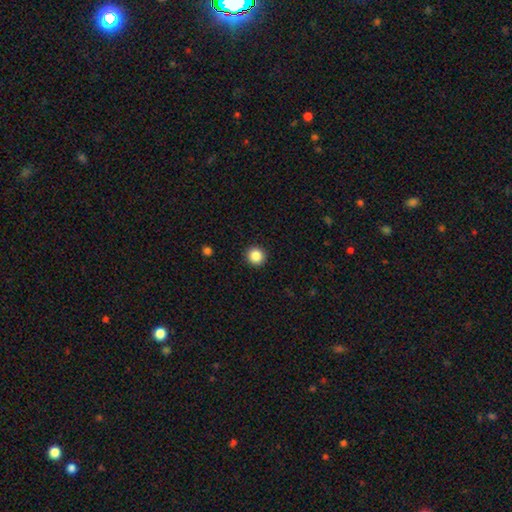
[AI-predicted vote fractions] smooth-or-featured: smooth: 87% | star or artifact: 10% | featured or disk: 4%
  how-rounded: round: 95% | in between: 4% | cigar-shaped: 1%
  merging: none: 93% | minor disturbance: 4% | major disturbance: 2% | merger: 1%